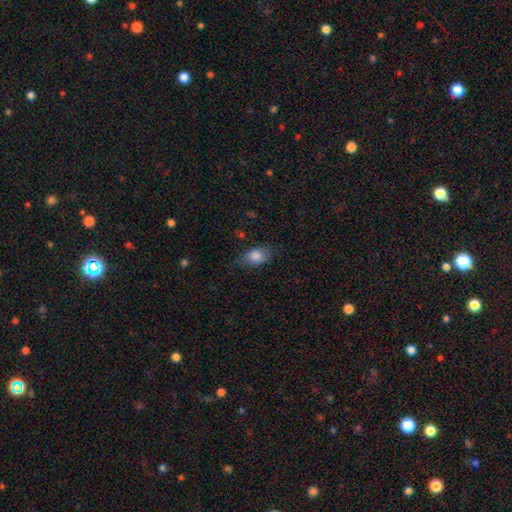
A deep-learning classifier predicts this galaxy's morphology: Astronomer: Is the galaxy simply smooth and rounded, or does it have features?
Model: smooth — 81%.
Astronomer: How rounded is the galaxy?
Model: in between — 80%.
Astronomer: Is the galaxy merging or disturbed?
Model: none — 69%.